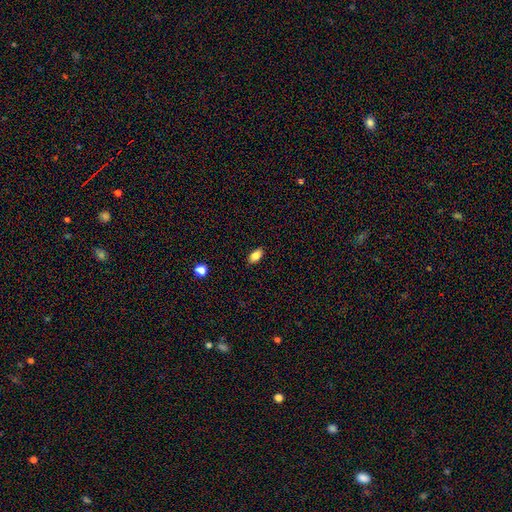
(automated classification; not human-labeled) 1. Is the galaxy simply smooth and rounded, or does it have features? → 82% smooth, 9% featured or disk, 9% star or artifact.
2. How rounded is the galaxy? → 90% in between, 6% round, 4% cigar-shaped.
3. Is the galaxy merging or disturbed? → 88% none, 9% minor disturbance, 2% major disturbance, 1% merger.